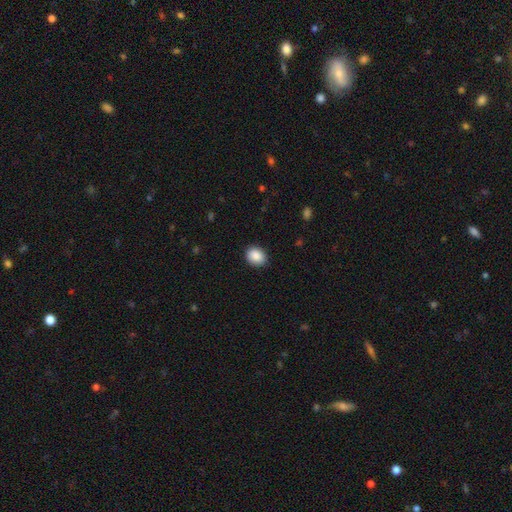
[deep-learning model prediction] A smooth galaxy with no disk features (89%) that is in between round and cigar-shaped (52%).

Vote fractions:
- Smooth or featured? smooth: 89% / star or artifact: 7% / featured or disk: 3%
- How rounded? in between: 52% / round: 47% / cigar-shaped: 1%
- Merging? none: 89% / minor disturbance: 8% / major disturbance: 2% / merger: 1%